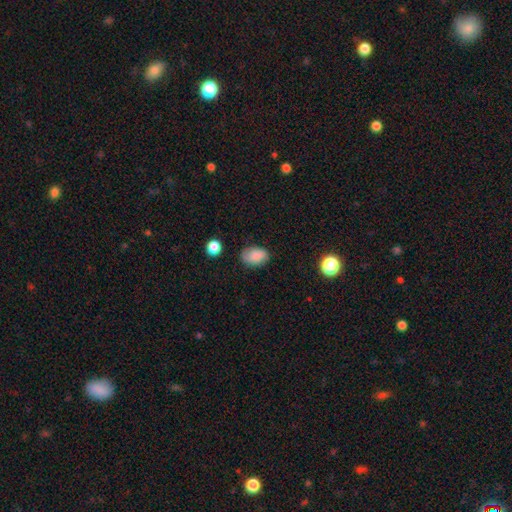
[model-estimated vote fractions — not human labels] A smooth galaxy with no disk features (83%) that is in between round and cigar-shaped (83%). Merging: none (73%).